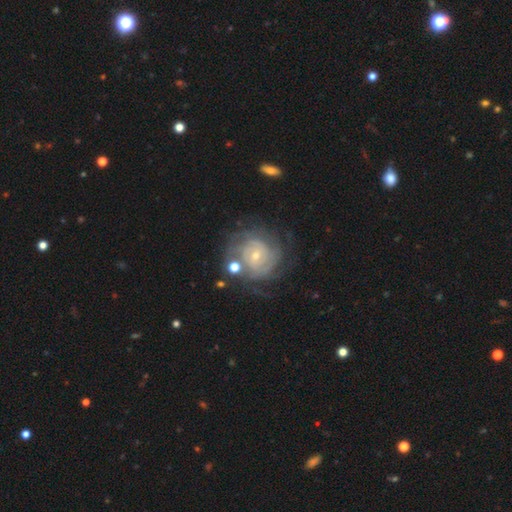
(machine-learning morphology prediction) smooth-or-featured: featured or disk: 82% | smooth: 11% | star or artifact: 7%
  disk-edge-on: no: 98% | yes: 2%
    bar: no: 64% | weak: 30% | strong: 6%
    has-spiral-arms: yes: 93% | no: 7%
      spiral-winding: tight: 74% | medium: 21% | loose: 5%
      spiral-arm-count: can't tell: 40% | 2: 19% | 3: 17% | 4: 13% | more than 4: 6% | 1: 5%
    bulge-size: small: 69% | moderate: 27% | large: 2% | none: 1% | dominant: 1%
  merging: none: 66% | minor disturbance: 17% | major disturbance: 10% | merger: 7%